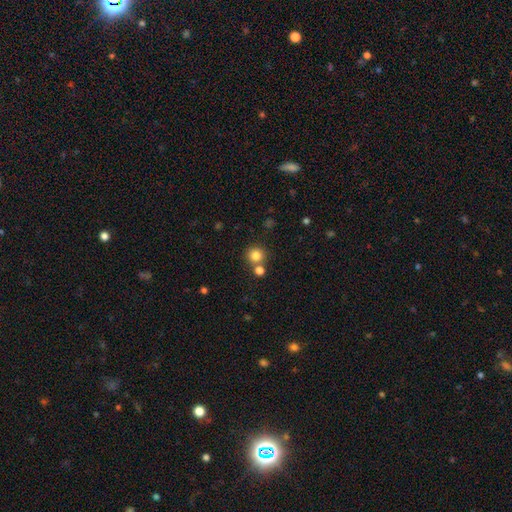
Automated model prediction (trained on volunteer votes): Smooth or featured? smooth (81%)
How rounded? round (92%)
Merging? none (70%)